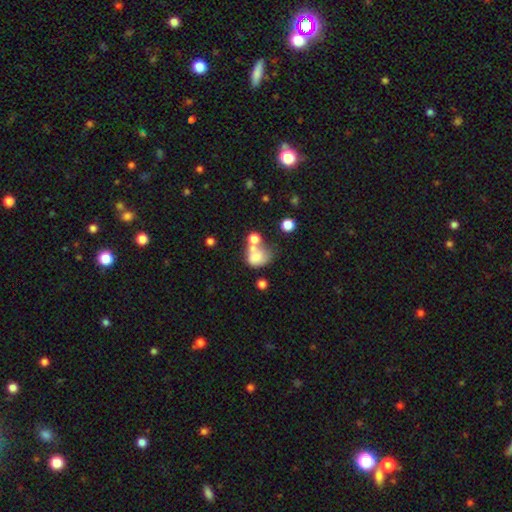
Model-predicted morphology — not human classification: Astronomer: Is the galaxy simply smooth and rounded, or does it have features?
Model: smooth — 66%.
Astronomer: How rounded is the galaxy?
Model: round — 50% (runner-up: in between, 49%).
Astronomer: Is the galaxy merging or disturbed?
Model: merger — 47% (runner-up: none, 23%).